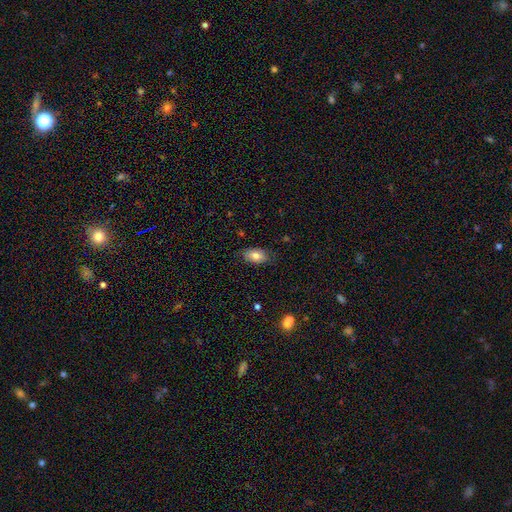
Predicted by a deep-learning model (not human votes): Smooth or featured?
  - smooth: 79% *
  - featured or disk: 13%
  - star or artifact: 8%
How rounded?
  - in between: 92% *
  - round: 6%
  - cigar-shaped: 2%
Merging?
  - none: 82% *
  - minor disturbance: 14%
  - major disturbance: 3%
  - merger: 1%